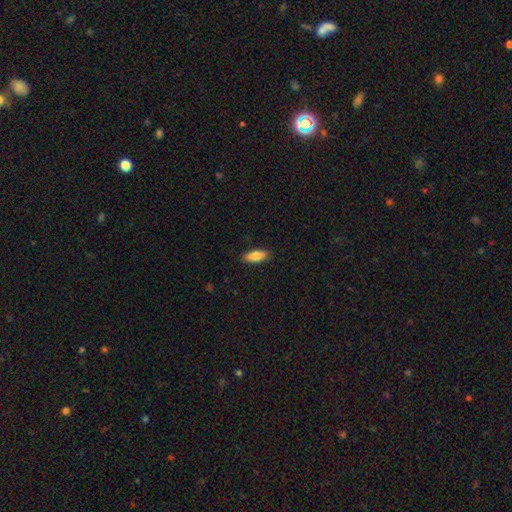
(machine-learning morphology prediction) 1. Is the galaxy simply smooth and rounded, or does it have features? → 85% smooth, 10% featured or disk, 6% star or artifact.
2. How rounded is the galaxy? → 77% in between, 21% cigar-shaped, 2% round.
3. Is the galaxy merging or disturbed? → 90% none, 8% minor disturbance, 2% major disturbance, 1% merger.